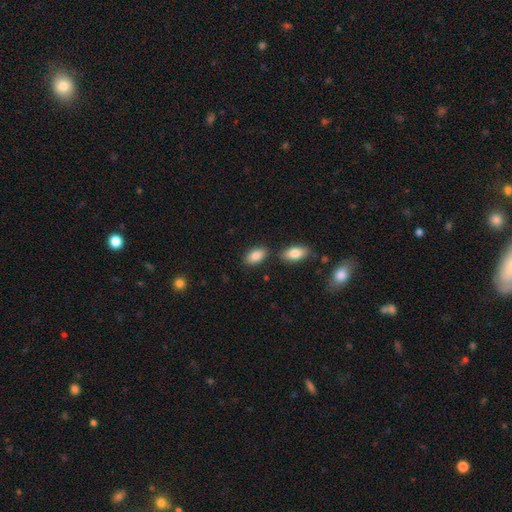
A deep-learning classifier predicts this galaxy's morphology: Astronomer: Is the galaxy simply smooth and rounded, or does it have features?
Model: smooth — 87%.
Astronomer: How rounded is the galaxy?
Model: in between — 93%.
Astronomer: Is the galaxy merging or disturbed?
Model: none — 77%.